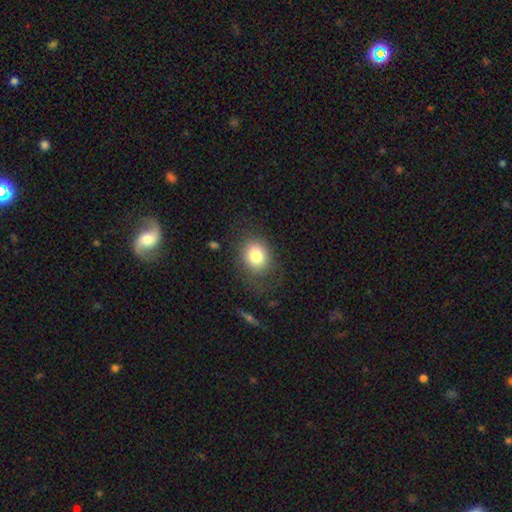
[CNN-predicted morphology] This appears to be a smooth galaxy with no disk features (79%) that is round (60%). Merging: none (73%).